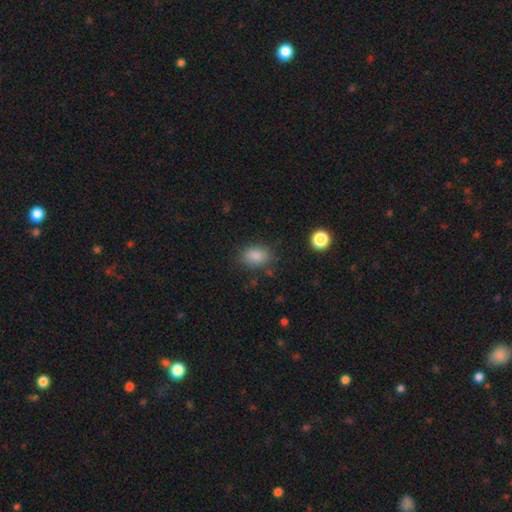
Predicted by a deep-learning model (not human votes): This is clearly a smooth galaxy (85%). How rounded: likely in between (77%). Merging: likely none (80%).